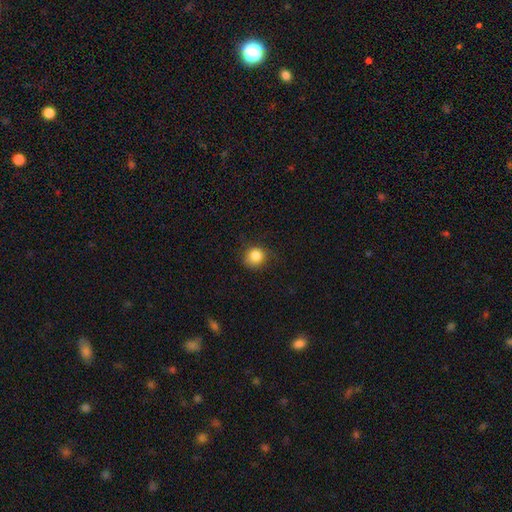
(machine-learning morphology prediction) This is clearly a smooth galaxy (84%). How rounded: clearly round (87%). Merging: likely none (75%).